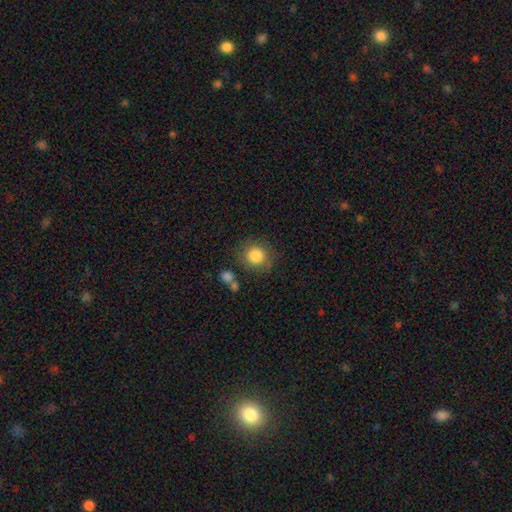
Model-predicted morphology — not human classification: A smooth galaxy with no disk features (85%) that is round (88%). Merging: none (78%).